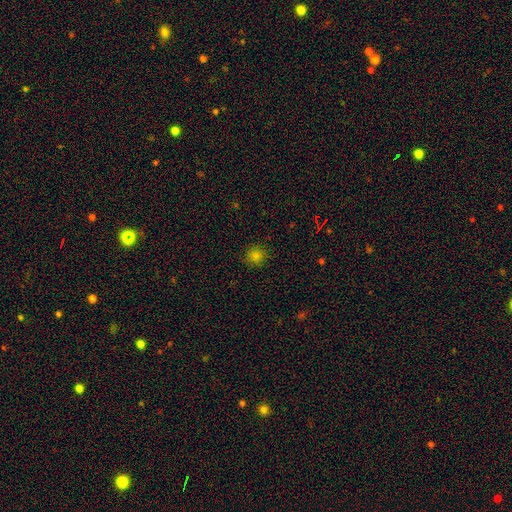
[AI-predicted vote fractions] Smooth or featured?
  - smooth: 77% *
  - star or artifact: 19%
  - featured or disk: 4%
How rounded?
  - round: 91% *
  - in between: 8%
  - cigar-shaped: 1%
Merging?
  - none: 89% *
  - minor disturbance: 8%
  - major disturbance: 2%
  - merger: 1%